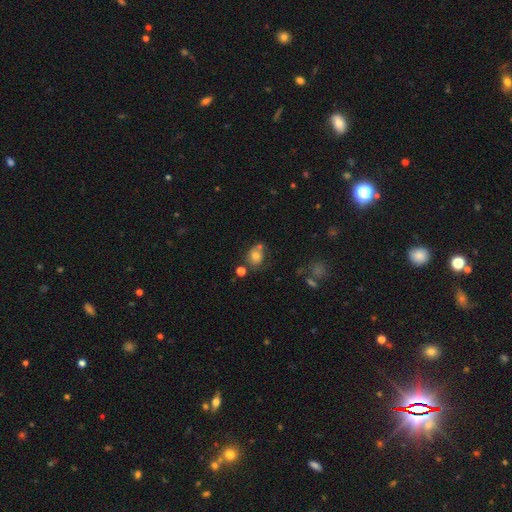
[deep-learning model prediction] The model was most divided on "how rounded": round: 56%, in between: 43%, cigar-shaped: 1%. More confident: smooth or featured — smooth (68%); merging — none (52%).